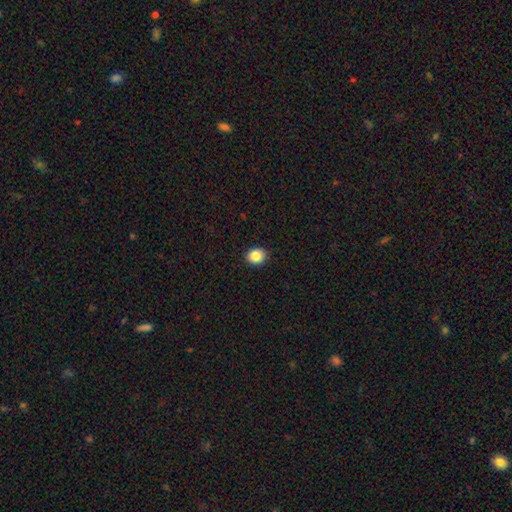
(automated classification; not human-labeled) Morphology: type=smooth (86%); roundness=round (75%); merging=none (91%).